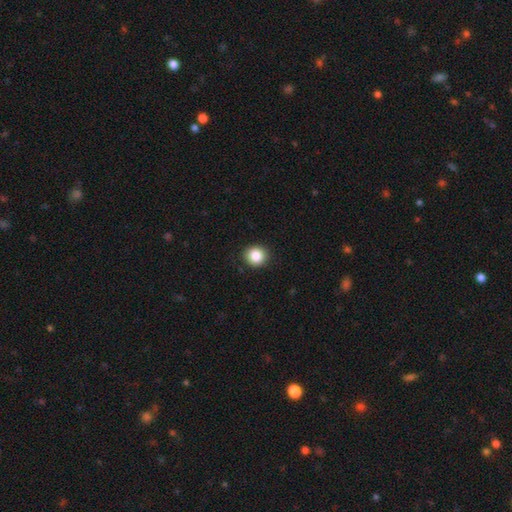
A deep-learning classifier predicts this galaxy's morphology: A smooth galaxy with no disk features (86%) that is round (87%). Merging: none (91%).